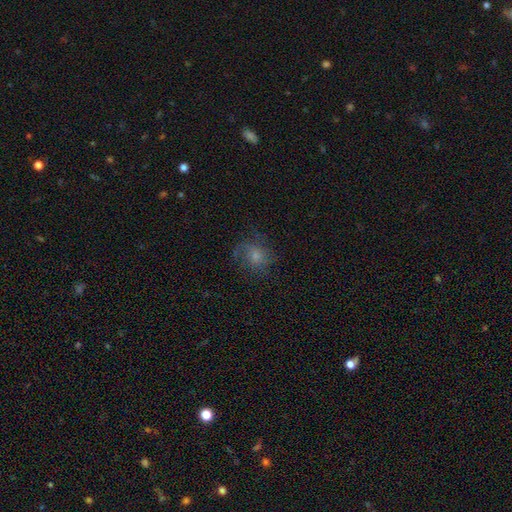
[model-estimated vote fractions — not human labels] A smooth galaxy with no disk features (48%).

Vote fractions:
- Smooth or featured? smooth: 48% / featured or disk: 38% / star or artifact: 14%
- Merging? none: 60% / minor disturbance: 20% / major disturbance: 18% / merger: 1%